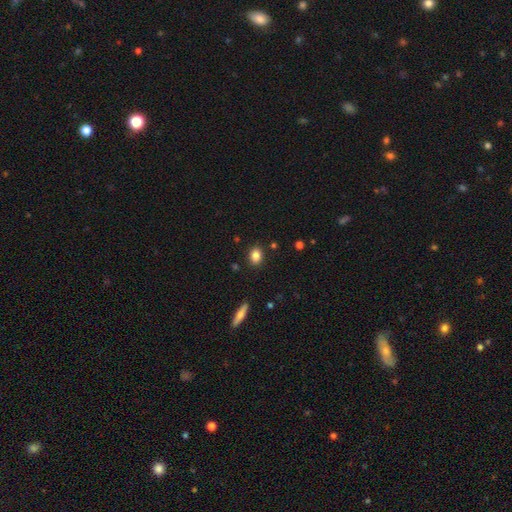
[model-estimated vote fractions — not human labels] A smooth galaxy with no disk features (84%) that is in between round and cigar-shaped (60%).

Vote fractions:
- Smooth or featured? smooth: 84% / star or artifact: 9% / featured or disk: 6%
- How rounded? in between: 60% / round: 39% / cigar-shaped: 2%
- Merging? none: 88% / minor disturbance: 8% / major disturbance: 2% / merger: 2%